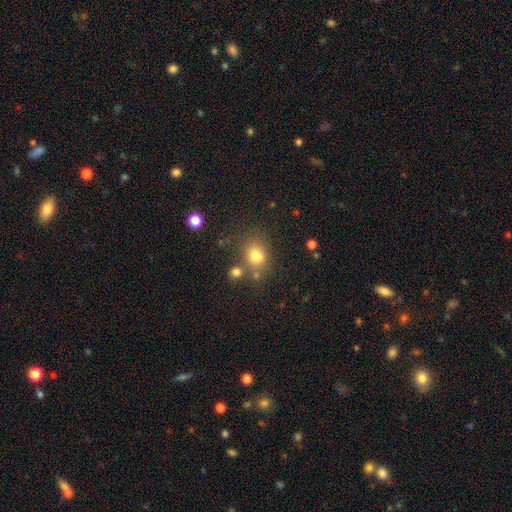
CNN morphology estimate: Q: Smooth or featured?
A: smooth (76%); runner-up: star or artifact (15%)
Q: How rounded?
A: round (58%); runner-up: in between (41%)
Q: Merging?
A: none (60%); runner-up: merger (17%)